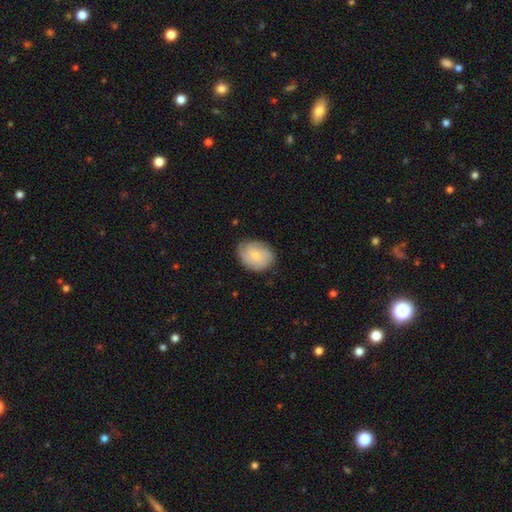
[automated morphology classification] Overall: smooth (51%; featured or disk 42%). How rounded: in between (55%; round 44%). Merging: none (76%).